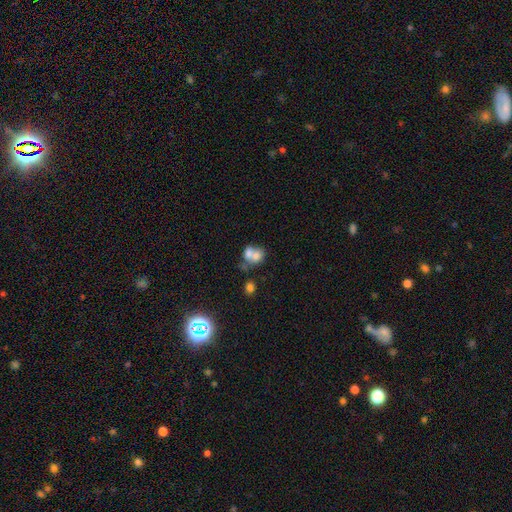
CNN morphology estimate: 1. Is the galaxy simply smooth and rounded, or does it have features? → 67% smooth, 22% featured or disk, 11% star or artifact.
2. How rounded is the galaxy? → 50% in between, 48% round, 1% cigar-shaped.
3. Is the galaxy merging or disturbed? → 65% merger, 22% none, 8% minor disturbance, 6% major disturbance.